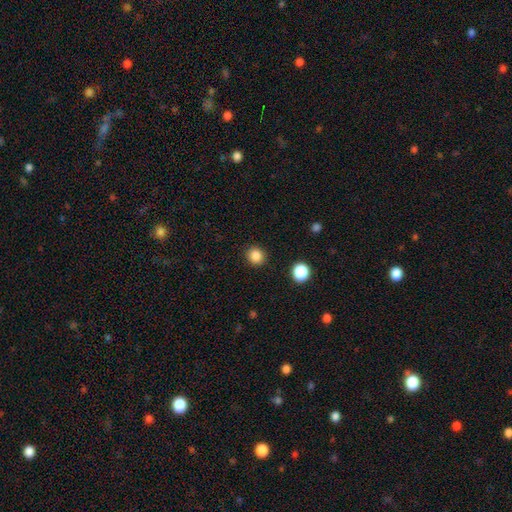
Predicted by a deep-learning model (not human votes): A smooth galaxy with no disk features (86%) that is round (89%). Merging: none (91%).